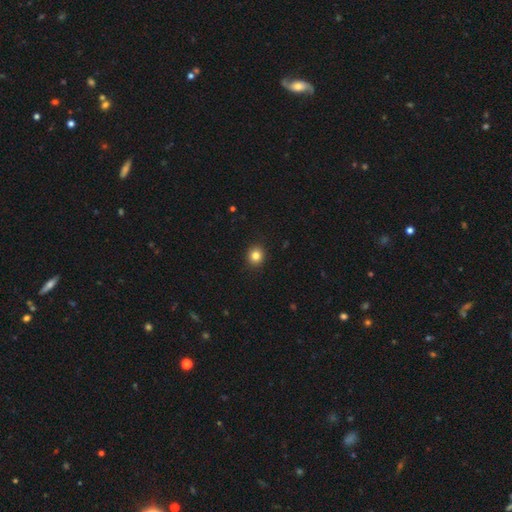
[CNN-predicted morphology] A smooth galaxy with no disk features (82%) that is round (87%).

Vote fractions:
- Smooth or featured? smooth: 82% / star or artifact: 12% / featured or disk: 6%
- How rounded? round: 87% / in between: 12% / cigar-shaped: 1%
- Merging? none: 92% / minor disturbance: 5% / major disturbance: 2% / merger: 1%